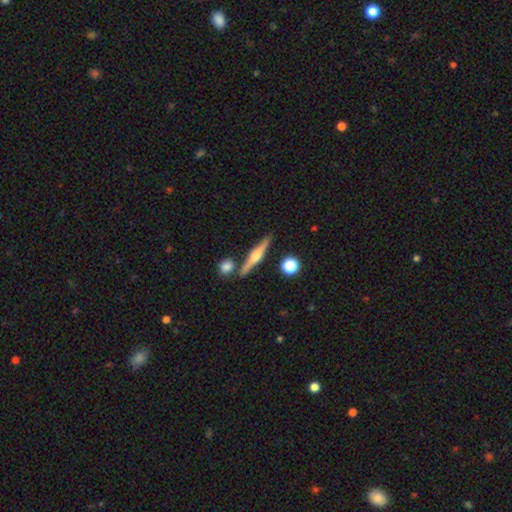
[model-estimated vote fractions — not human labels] Morphology: type=featured or disk (70%); edge-on=yes (97%); edge-on bulge=rounded (90%); merging=none (83%).